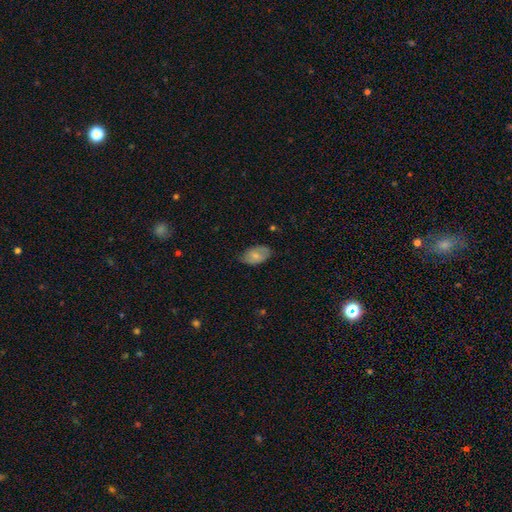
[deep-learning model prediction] Smooth or featured?
  - smooth: 62% *
  - featured or disk: 31%
  - star or artifact: 7%
How rounded?
  - in between: 91% *
  - round: 7%
  - cigar-shaped: 2%
Merging?
  - none: 69% *
  - minor disturbance: 25%
  - major disturbance: 5%
  - merger: 1%